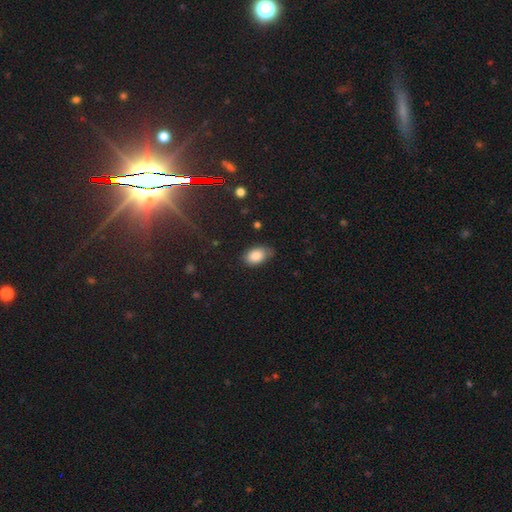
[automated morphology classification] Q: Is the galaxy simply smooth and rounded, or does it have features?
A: smooth — 86%.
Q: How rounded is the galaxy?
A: in between — 90%.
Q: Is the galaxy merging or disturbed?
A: none — 67%.